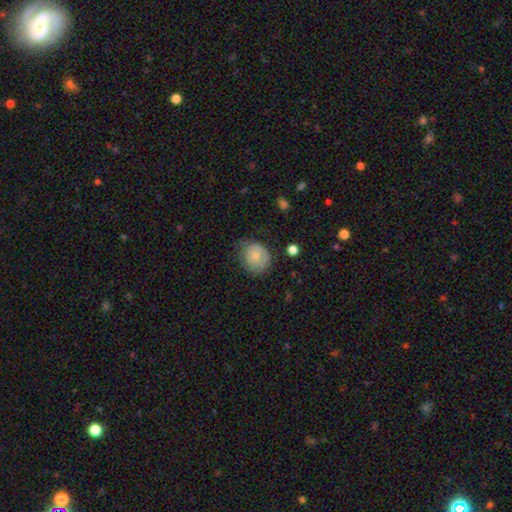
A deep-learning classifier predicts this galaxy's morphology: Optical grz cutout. It shows a smooth galaxy with no disk features (73%) that is round (75%). Merging: none (56%).